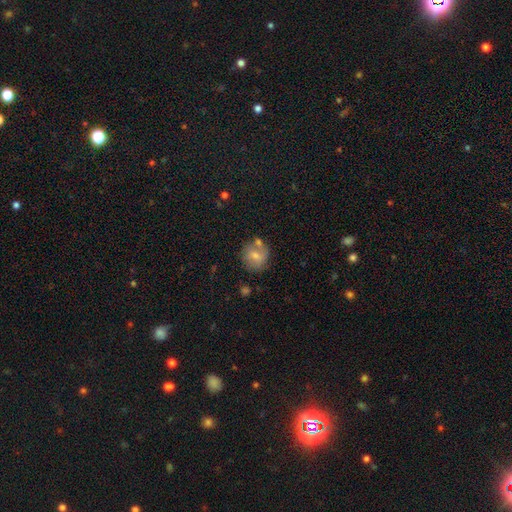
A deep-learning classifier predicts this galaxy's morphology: type=smooth (66%); roundness=round (84%); merging=none (63%).